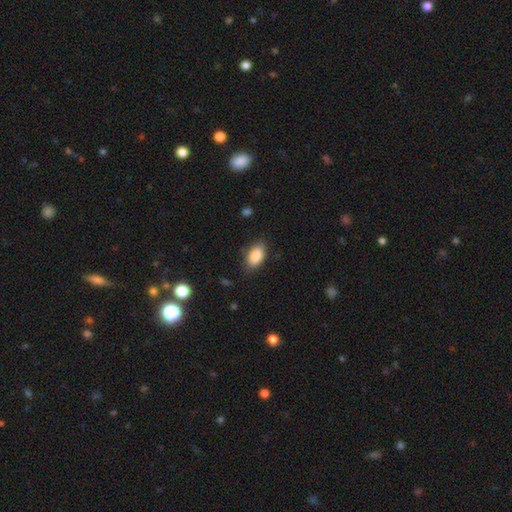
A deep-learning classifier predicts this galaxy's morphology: smooth 87%, star or artifact 7%, featured or disk 6%. Down the decision tree: how rounded — in between (92%); merging — none (80%).